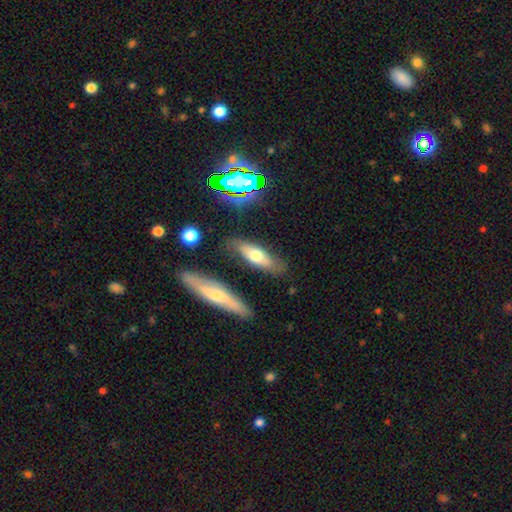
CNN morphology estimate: smooth_or_featured: smooth (p=0.58) [alt: featured or disk p=0.34]
how_rounded: in between (p=0.58) [alt: cigar-shaped p=0.39]
merging: none (p=0.78) [alt: minor disturbance p=0.14]